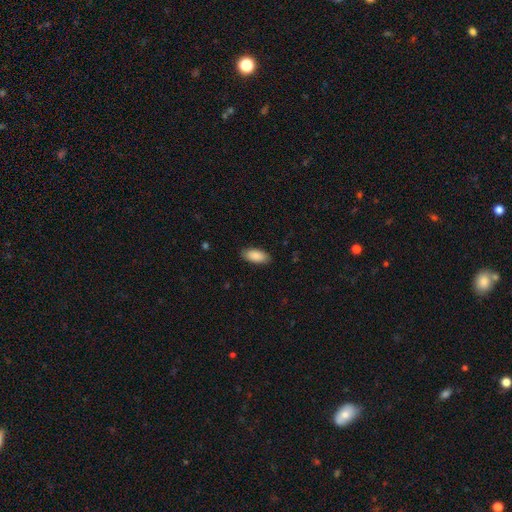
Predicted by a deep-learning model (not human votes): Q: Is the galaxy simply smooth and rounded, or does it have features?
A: smooth — 89%.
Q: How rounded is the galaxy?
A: in between — 91%.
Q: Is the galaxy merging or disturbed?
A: none — 88%.